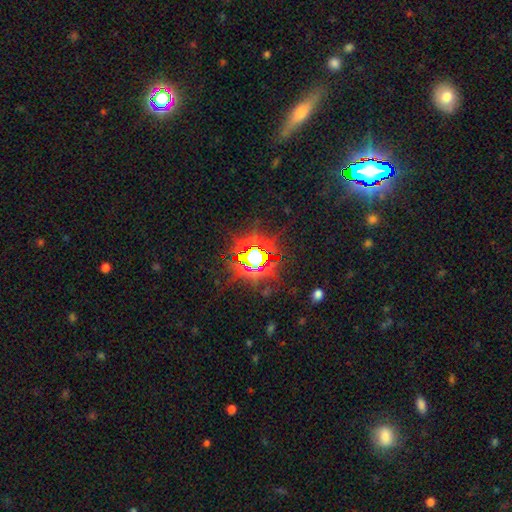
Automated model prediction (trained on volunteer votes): smooth-or-featured: star or artifact: 78% | smooth: 12% | featured or disk: 10%